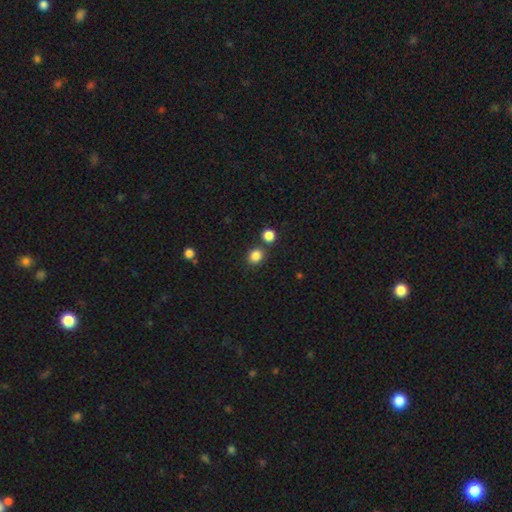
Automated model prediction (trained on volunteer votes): Q: Smooth or featured?
A: smooth (85%); runner-up: star or artifact (11%)
Q: How rounded?
A: round (74%); runner-up: in between (25%)
Q: Merging?
A: none (77%); runner-up: merger (12%)